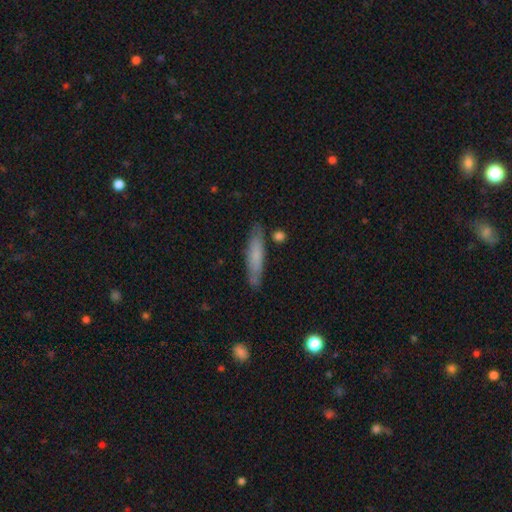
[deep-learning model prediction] Smooth or featured? Predicted: smooth (p=0.65). How rounded? Predicted: cigar-shaped (p=0.81). Merging? Predicted: none (p=0.80).